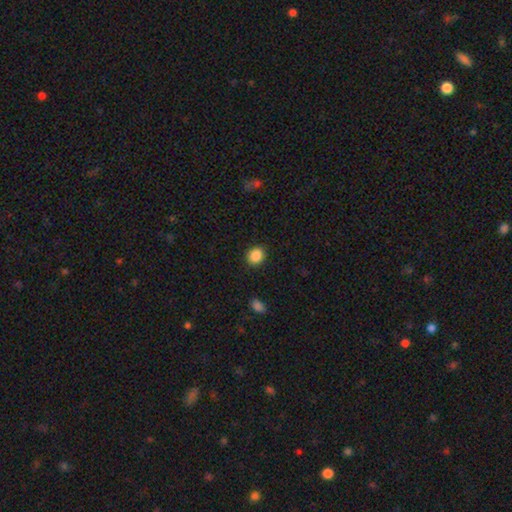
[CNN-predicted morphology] A smooth galaxy with no disk features (88%) that is round (72%).

Vote fractions:
- Smooth or featured? smooth: 88% / star or artifact: 9% / featured or disk: 3%
- How rounded? round: 72% / in between: 27% / cigar-shaped: 1%
- Merging? none: 89% / minor disturbance: 7% / major disturbance: 2% / merger: 1%